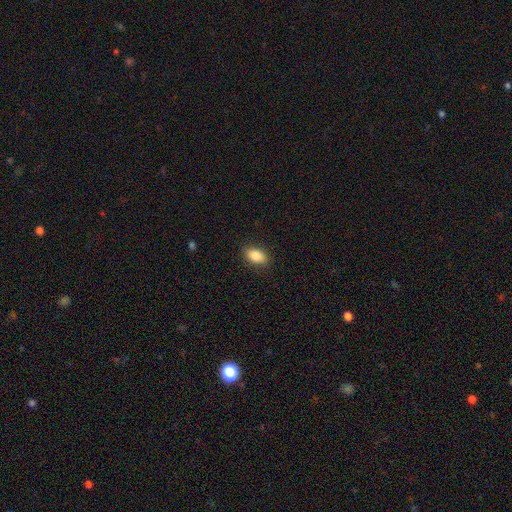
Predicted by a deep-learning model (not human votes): smooth 85%, star or artifact 8%, featured or disk 7%. Down the decision tree: how rounded — in between (86%); merging — none (86%).